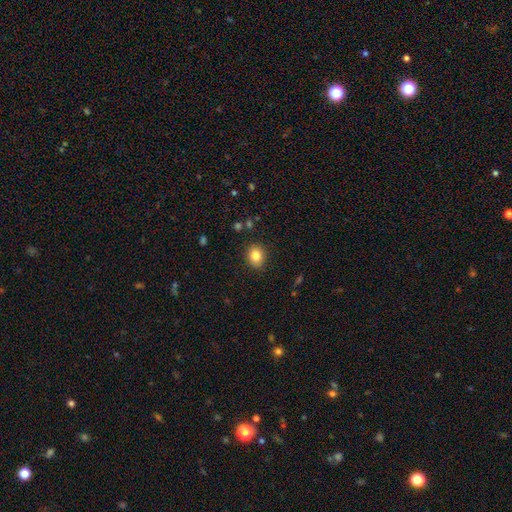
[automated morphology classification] Overall: smooth (83%). How rounded: round (61%; in between 38%). Merging: none (87%).